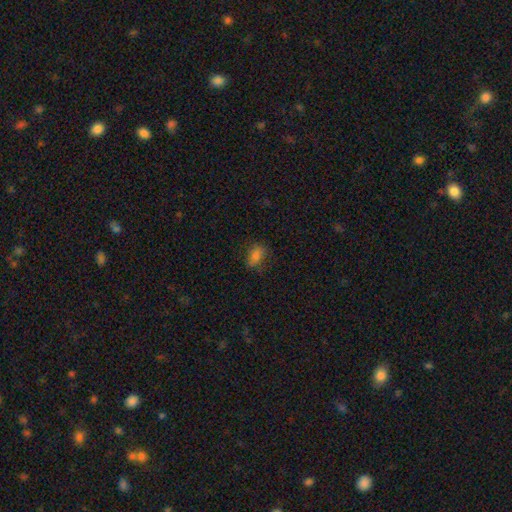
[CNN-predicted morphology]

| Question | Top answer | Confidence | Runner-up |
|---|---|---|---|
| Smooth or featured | smooth | 78% | star or artifact (14%) |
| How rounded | in between | 80% | round (16%) |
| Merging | none | 73% | minor disturbance (20%) |